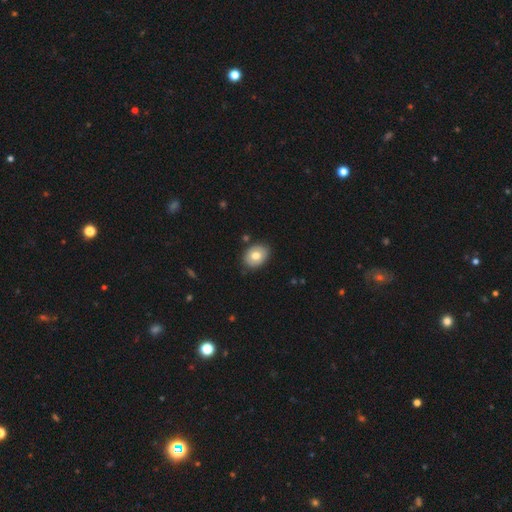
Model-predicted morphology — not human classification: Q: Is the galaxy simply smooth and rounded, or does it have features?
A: smooth — 74%.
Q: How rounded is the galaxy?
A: in between — 64%.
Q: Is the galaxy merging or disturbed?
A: none — 84%.